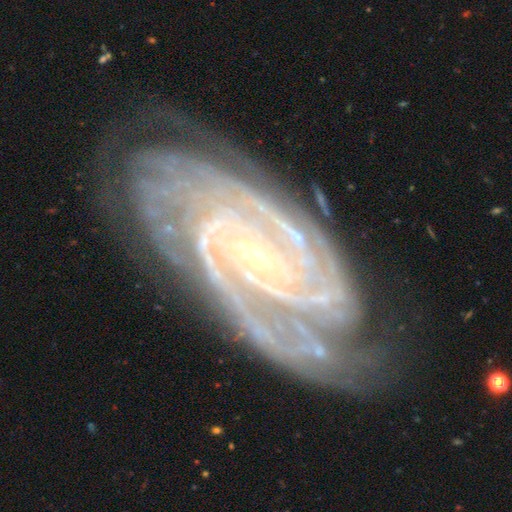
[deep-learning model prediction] smooth-or-featured: featured or disk: 92% | star or artifact: 5% | smooth: 3%
  disk-edge-on: no: 96% | yes: 4%
    bar: no: 50% | weak: 30% | strong: 20%
    has-spiral-arms: yes: 99% | no: 1%
      spiral-winding: tight: 78% | medium: 20% | loose: 3%
      spiral-arm-count: 2: 25% | 4: 20% | 3: 19% | can't tell: 14% | more than 4: 12% | 1: 9%
    bulge-size: small: 88% | moderate: 7% | none: 3% | large: 1% | dominant: 1%
  merging: none: 75% | minor disturbance: 17% | major disturbance: 6% | merger: 2%